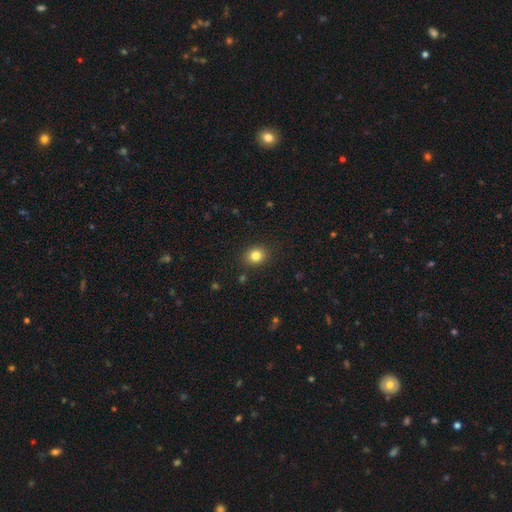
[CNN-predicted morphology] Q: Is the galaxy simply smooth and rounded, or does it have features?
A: smooth — 83%.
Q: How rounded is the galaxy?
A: round — 67%.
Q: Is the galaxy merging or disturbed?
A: none — 88%.